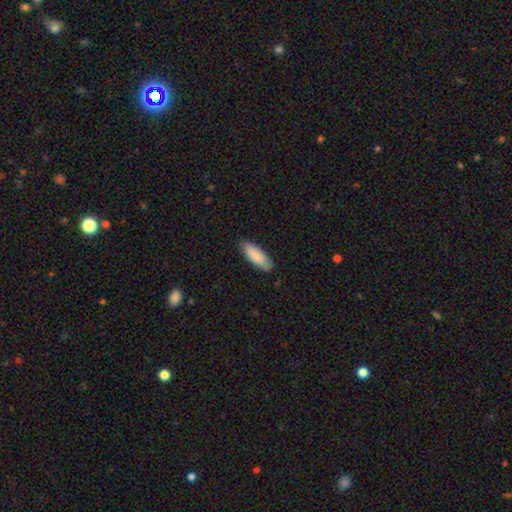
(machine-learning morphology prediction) The model was most divided on "how rounded": in between: 68%, cigar-shaped: 30%, round: 2%. More confident: merging — none (87%); smooth or featured — smooth (85%).